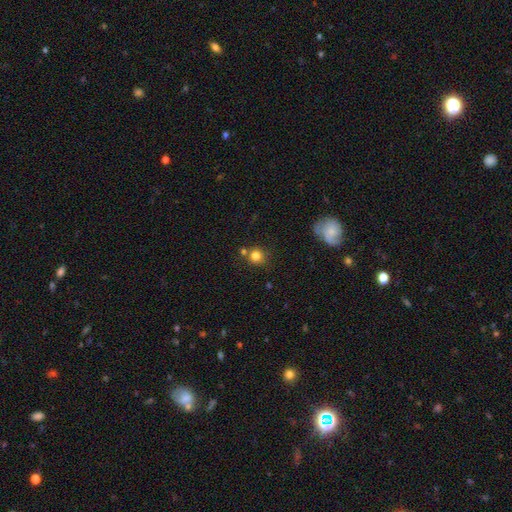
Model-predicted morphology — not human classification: This appears to be a smooth galaxy with no disk features (81%) that is round (89%). Merging: none (67%).